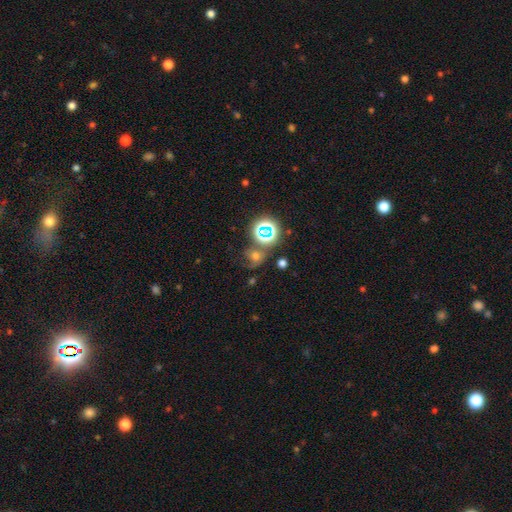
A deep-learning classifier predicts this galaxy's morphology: A smooth galaxy with no disk features (49%). Merging: none (54%).